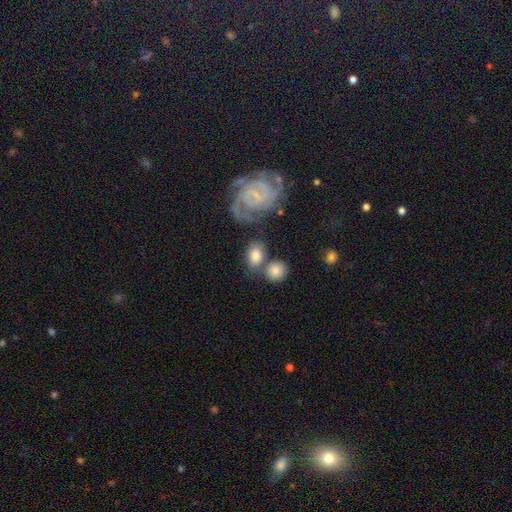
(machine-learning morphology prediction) Q: Smooth or featured?
A: smooth (66%); runner-up: featured or disk (27%)
Q: How rounded?
A: in between (65%); runner-up: round (33%)
Q: Merging?
A: none (54%); runner-up: merger (23%)